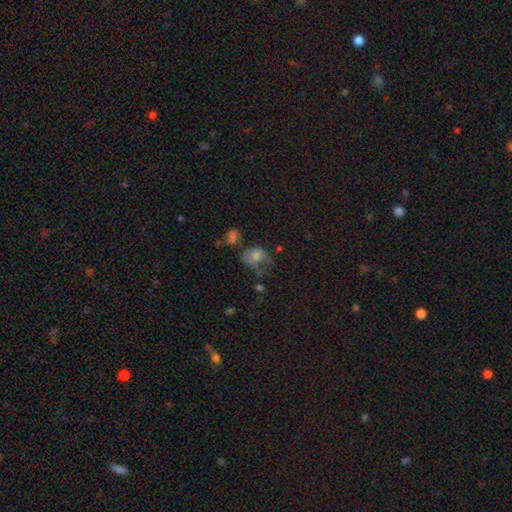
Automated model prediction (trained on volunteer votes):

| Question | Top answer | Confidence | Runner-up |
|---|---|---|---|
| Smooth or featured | smooth | 51% | featured or disk (33%) |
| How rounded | in between | 54% | round (45%) |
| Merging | major disturbance | 32% | tied: none (32%) |